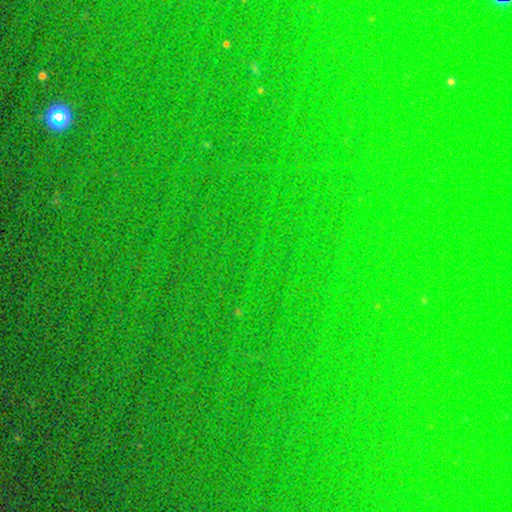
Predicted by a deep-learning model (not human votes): A star or artifact, not a galaxy (79%).